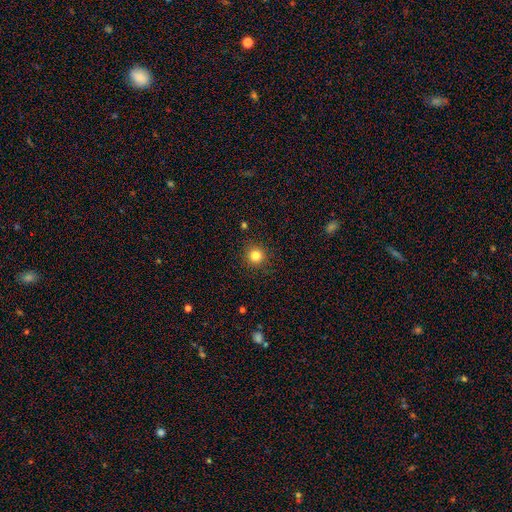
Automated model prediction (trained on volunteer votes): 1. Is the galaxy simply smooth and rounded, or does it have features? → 82% smooth, 12% star or artifact, 5% featured or disk.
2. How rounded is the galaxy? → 95% round, 5% in between, 1% cigar-shaped.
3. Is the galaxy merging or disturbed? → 91% none, 6% minor disturbance, 2% major disturbance, 1% merger.